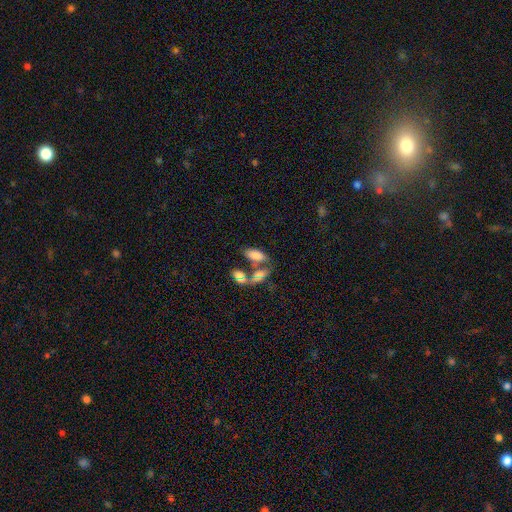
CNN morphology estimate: A smooth galaxy with no disk features (77%) that is in between round and cigar-shaped (89%).

Vote fractions:
- Smooth or featured? smooth: 77% / featured or disk: 14% / star or artifact: 9%
- How rounded? in between: 89% / cigar-shaped: 8% / round: 3%
- Merging? merger: 43% / none: 38% / minor disturbance: 12% / major disturbance: 7%